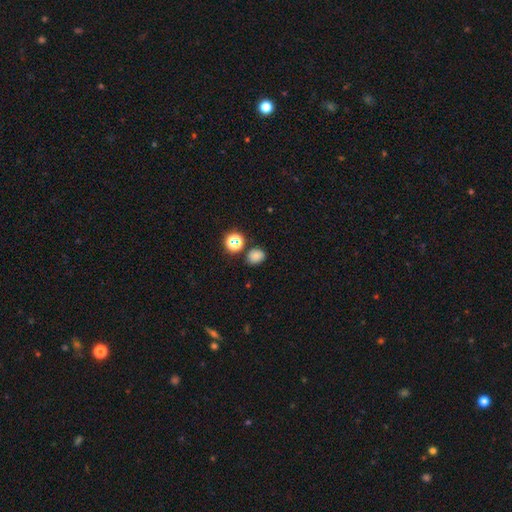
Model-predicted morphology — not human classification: smooth 77%, star or artifact 18%, featured or disk 5%. Down the decision tree: how rounded — round (55%); merging — none (78%).